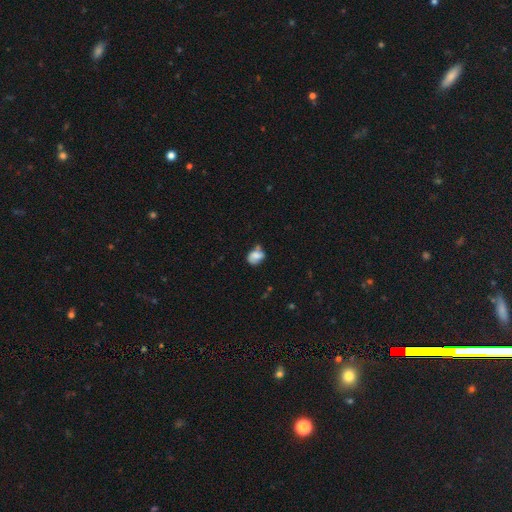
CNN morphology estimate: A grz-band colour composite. It shows a smooth galaxy with no disk features (66%) that is in between round and cigar-shaped (63%). Merging: none (45%).